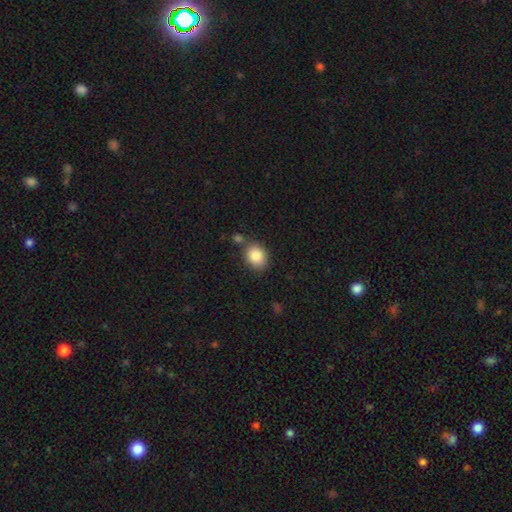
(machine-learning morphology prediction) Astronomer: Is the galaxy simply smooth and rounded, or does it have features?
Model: smooth — 87%.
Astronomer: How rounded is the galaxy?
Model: in between — 50% (runner-up: round, 49%).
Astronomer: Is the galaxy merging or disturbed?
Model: none — 71%.